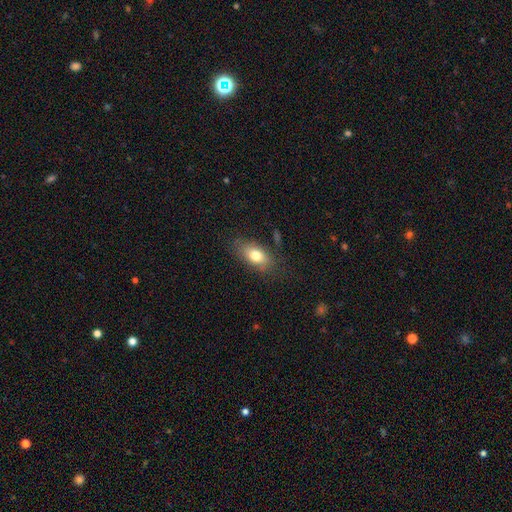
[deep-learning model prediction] Overall: smooth (76%). How rounded: in between (86%). Merging: none (76%).